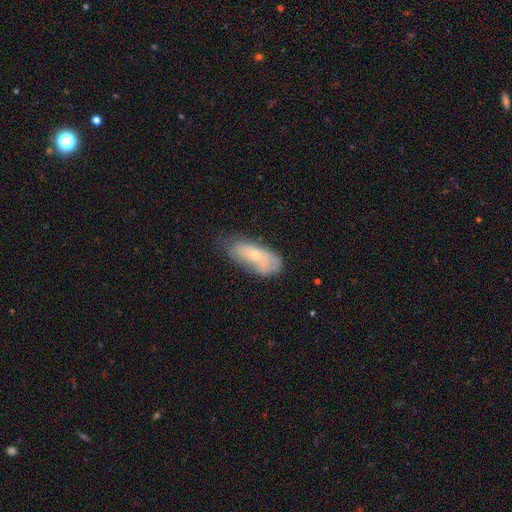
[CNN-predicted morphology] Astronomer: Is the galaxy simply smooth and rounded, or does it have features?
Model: smooth — 58% (runner-up: featured or disk, 34%).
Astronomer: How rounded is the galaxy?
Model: in between — 85%.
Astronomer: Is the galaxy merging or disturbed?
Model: none — 49% (runner-up: minor disturbance, 35%).